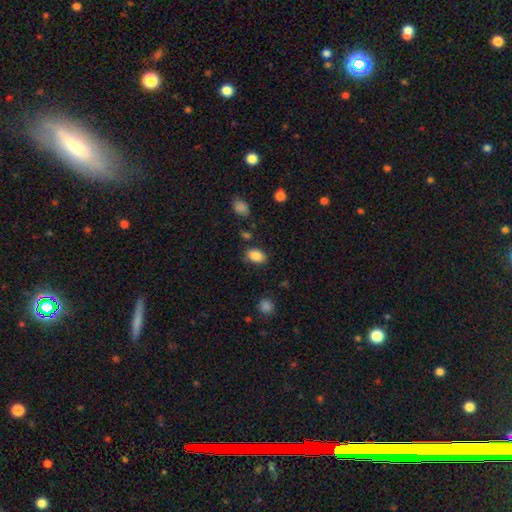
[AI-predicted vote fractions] Q: Smooth or featured?
A: smooth (86%); runner-up: star or artifact (9%)
Q: How rounded?
A: in between (81%); runner-up: round (18%)
Q: Merging?
A: none (81%); runner-up: minor disturbance (13%)